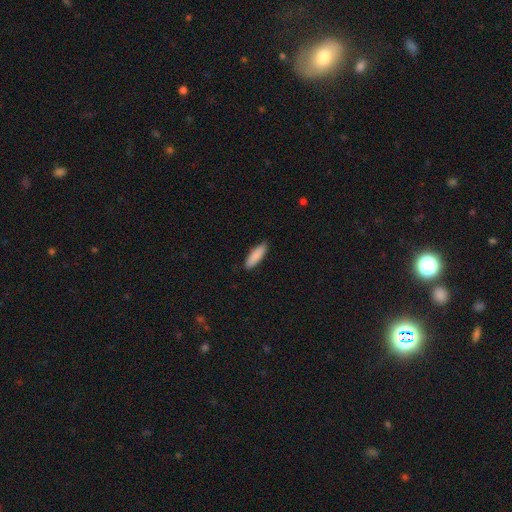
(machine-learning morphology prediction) smooth-or-featured: smooth: 88% | featured or disk: 6% | star or artifact: 6%
  how-rounded: cigar-shaped: 56% | in between: 42% | round: 1%
  merging: none: 89% | minor disturbance: 8% | major disturbance: 2% | merger: 1%